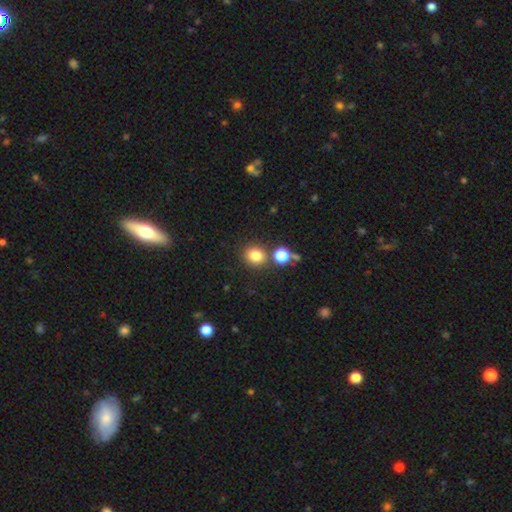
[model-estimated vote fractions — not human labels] Smooth or featured: smooth — 80% (star or artifact — 14%)
How rounded: round — 80% (in between — 19%)
Merging: none — 76% (merger — 13%)